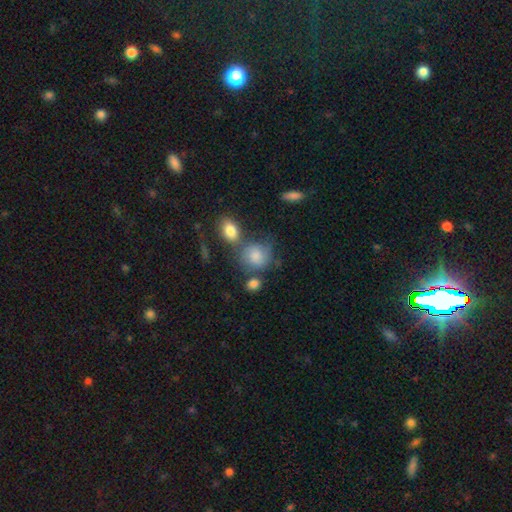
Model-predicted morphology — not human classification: Smooth or featured?
  - smooth: 69% *
  - featured or disk: 21%
  - star or artifact: 10%
How rounded?
  - round: 68% *
  - in between: 31%
  - cigar-shaped: 1%
Merging?
  - none: 47% *
  - minor disturbance: 22%
  - merger: 20%
  - major disturbance: 11%